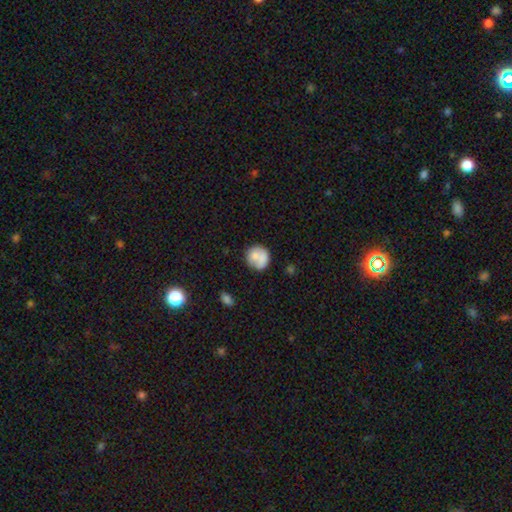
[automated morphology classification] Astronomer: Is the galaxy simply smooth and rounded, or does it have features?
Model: smooth — 73%.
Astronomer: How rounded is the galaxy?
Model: round — 87%.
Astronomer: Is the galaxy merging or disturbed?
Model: none — 56%.